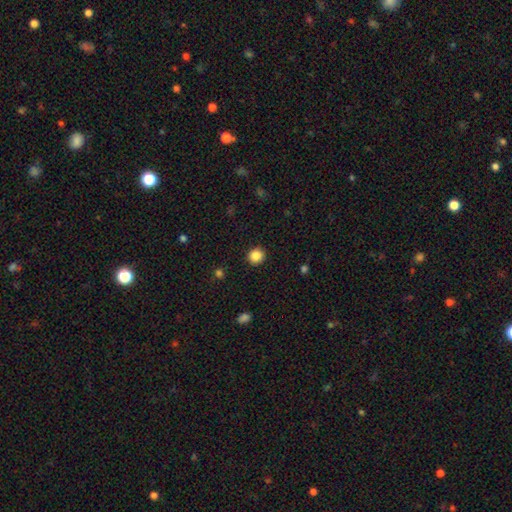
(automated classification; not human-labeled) A smooth galaxy with no disk features (85%) that is round (89%).

Vote fractions:
- Smooth or featured? smooth: 85% / star or artifact: 10% / featured or disk: 5%
- How rounded? round: 89% / in between: 10% / cigar-shaped: 1%
- Merging? none: 91% / minor disturbance: 6% / major disturbance: 2% / merger: 1%